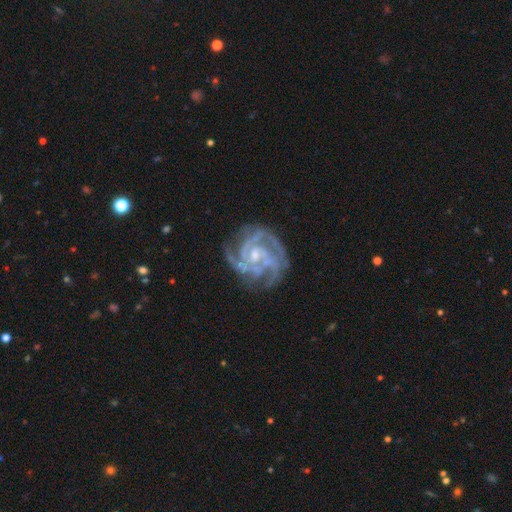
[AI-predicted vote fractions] smooth_or_featured: featured or disk (p=0.91) [alt: star or artifact p=0.05]
disk_edge_on: no (p=0.98) [alt: yes p=0.02]
bar: no (p=0.58) [alt: weak p=0.34]
has_spiral_arms: yes (p=0.97) [alt: no p=0.03]
spiral_winding: tight (p=0.62) [alt: medium p=0.33]
spiral_arm_count: 3 (p=0.38) [alt: 2 p=0.18]
bulge_size: small (p=0.51) [alt: moderate p=0.41]
merging: none (p=0.69) [alt: minor disturbance p=0.19]